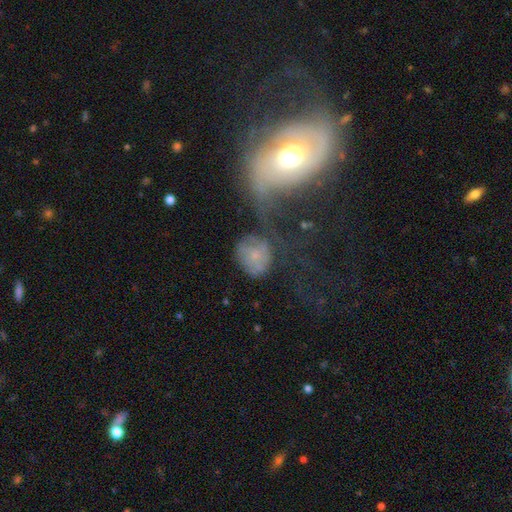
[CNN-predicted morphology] The model was most divided on "smooth or featured": smooth: 43%, featured or disk: 41%, star or artifact: 15%. Remaining: merging — none (41%).